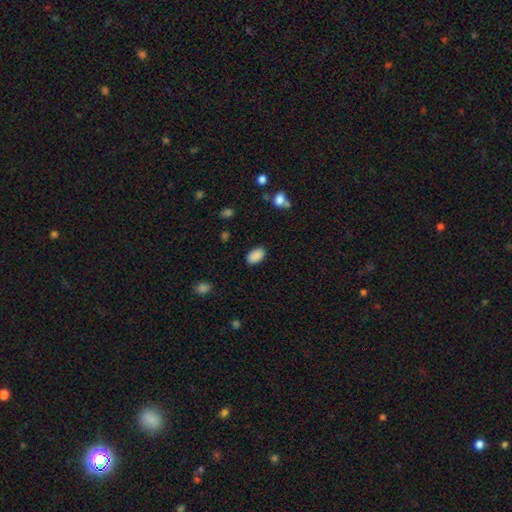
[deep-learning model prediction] The model was most divided on "merging": none: 87%, minor disturbance: 9%, major disturbance: 3%, merger: 1%. More confident: how rounded — in between (92%); smooth or featured — smooth (89%).